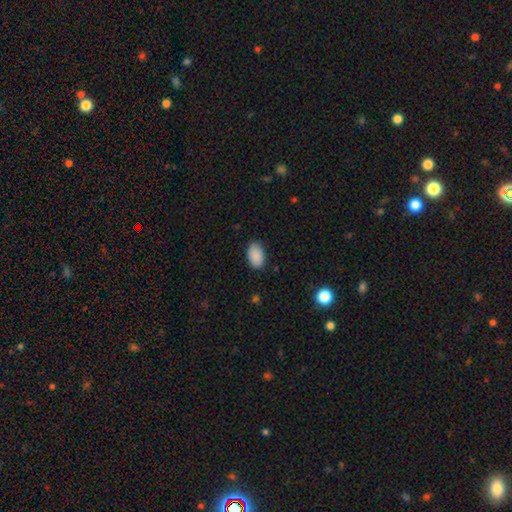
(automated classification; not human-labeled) smooth 90%, star or artifact 7%, featured or disk 3%. Down the decision tree: how rounded — in between (92%); merging — none (85%).